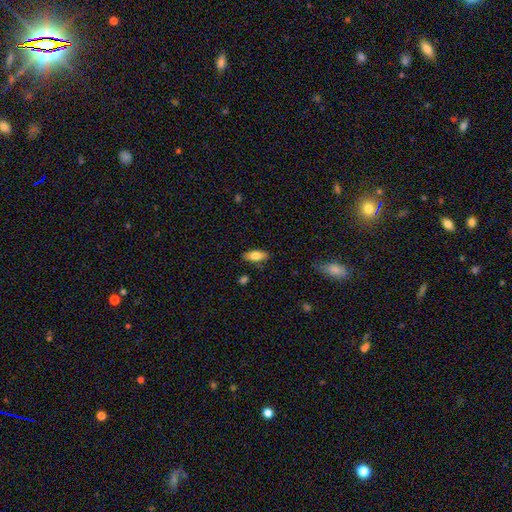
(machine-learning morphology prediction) smooth_or_featured: smooth (p=0.77) [alt: featured or disk p=0.16]
how_rounded: in between (p=0.81) [alt: cigar-shaped p=0.16]
merging: none (p=0.83) [alt: minor disturbance p=0.13]